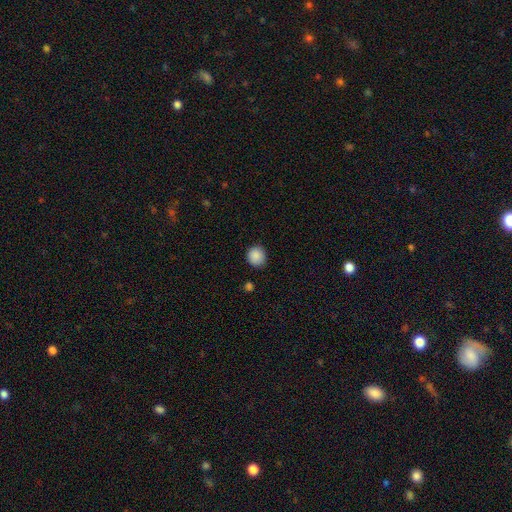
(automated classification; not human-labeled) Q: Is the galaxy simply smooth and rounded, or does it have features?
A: smooth — 89%.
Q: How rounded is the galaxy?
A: round — 86%.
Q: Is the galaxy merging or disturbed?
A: none — 87%.